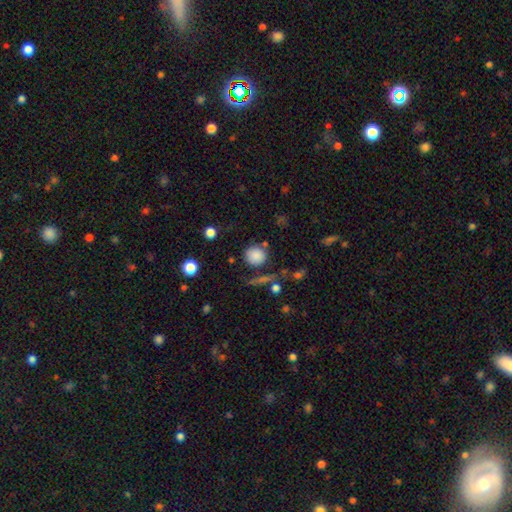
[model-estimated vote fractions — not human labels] Smooth or featured: smooth — 84% (star or artifact — 10%)
How rounded: round — 90% (in between — 9%)
Merging: none — 76% (minor disturbance — 13%)